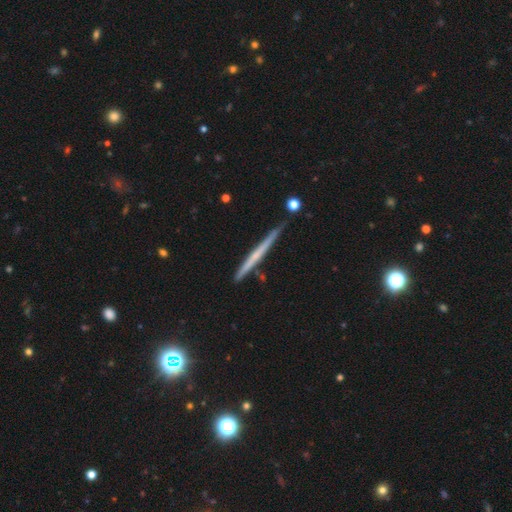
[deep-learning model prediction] Smooth or featured?
  - featured or disk: 57% *
  - smooth: 36%
  - star or artifact: 6%
Edge-on disk?
  - yes: 97% *
  - no: 3%
Edge-on bulge?
  - none: 80% *
  - rounded: 15%
  - boxy: 4%
Merging?
  - none: 84% *
  - minor disturbance: 11%
  - merger: 3%
  - major disturbance: 2%